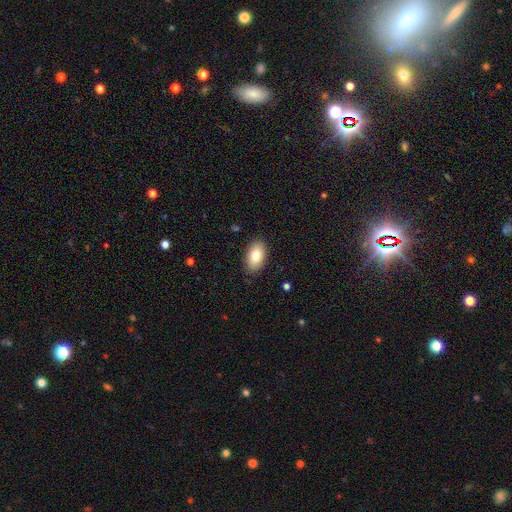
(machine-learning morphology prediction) Smooth or featured: smooth — 83% (featured or disk — 10%)
How rounded: in between — 94% (round — 4%)
Merging: none — 87% (minor disturbance — 10%)